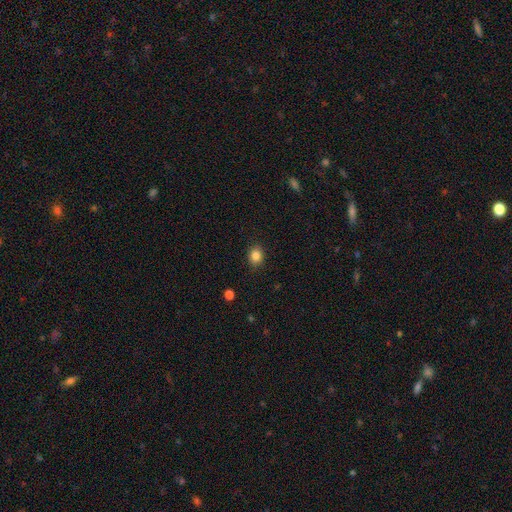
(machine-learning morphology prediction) Smooth or featured: smooth — 85% (star or artifact — 11%)
How rounded: round — 58% (in between — 41%)
Merging: none — 88% (minor disturbance — 9%)